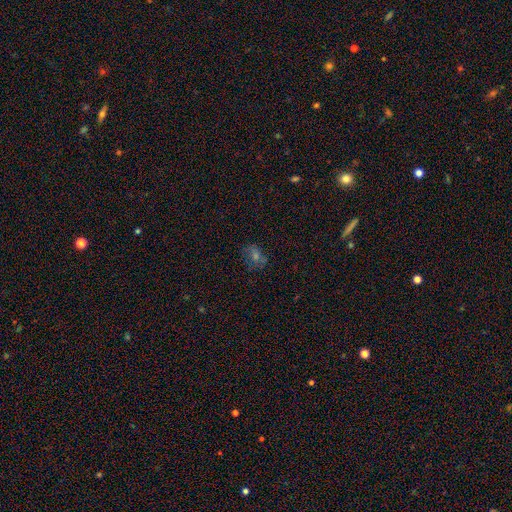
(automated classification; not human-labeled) Smooth or featured? smooth (41%)
Merging? none (71%)